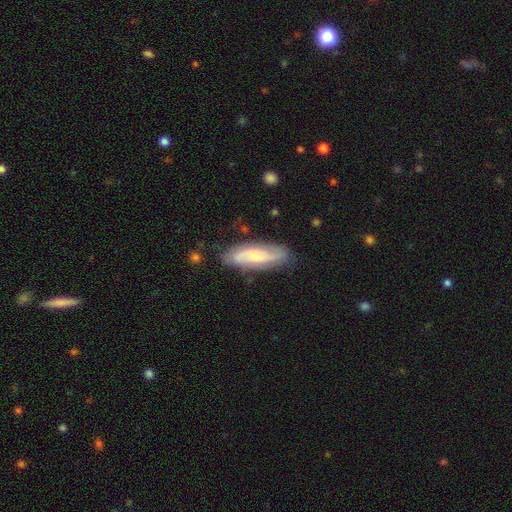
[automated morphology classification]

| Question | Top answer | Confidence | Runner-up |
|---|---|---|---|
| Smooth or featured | featured or disk | 61% | smooth (33%) |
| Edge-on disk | no | 84% | yes (16%) |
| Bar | no | 49% | weak (40%) |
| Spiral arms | yes | 90% | no (10%) |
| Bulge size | small | 50% | moderate (37%) |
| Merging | none | 77% | minor disturbance (17%) |